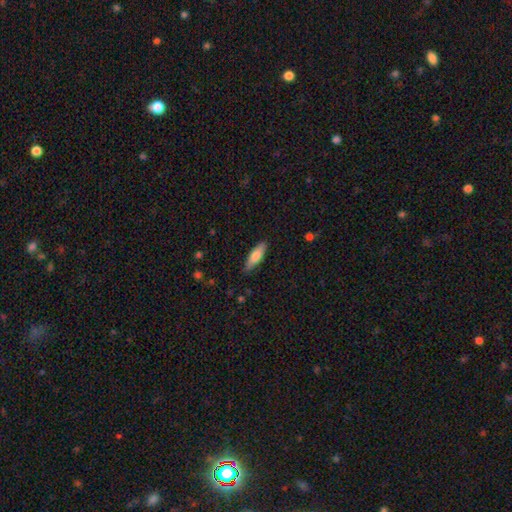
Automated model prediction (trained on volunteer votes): Smooth or featured? smooth (73%)
How rounded? cigar-shaped (54%)
Merging? none (85%)